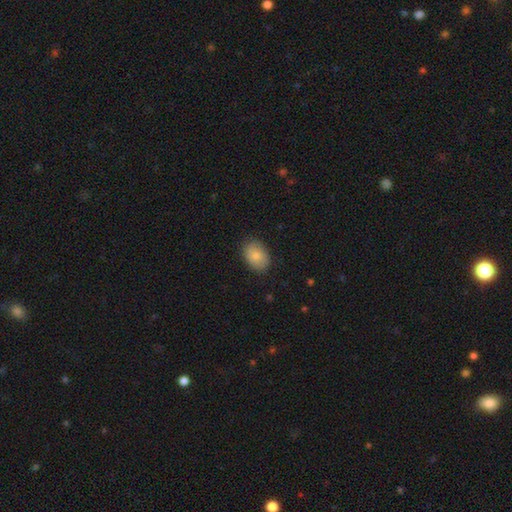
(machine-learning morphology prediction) Smooth or featured: smooth — 83% (featured or disk — 10%)
How rounded: in between — 78% (round — 21%)
Merging: none — 84% (minor disturbance — 12%)